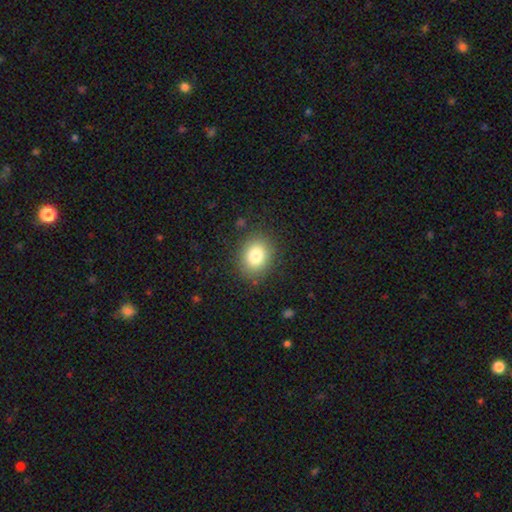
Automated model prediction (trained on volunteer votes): A smooth galaxy with no disk features (81%) that is round (54%).

Vote fractions:
- Smooth or featured? smooth: 81% / star or artifact: 10% / featured or disk: 9%
- How rounded? round: 54% / in between: 45% / cigar-shaped: 1%
- Merging? none: 86% / minor disturbance: 10% / major disturbance: 3% / merger: 1%